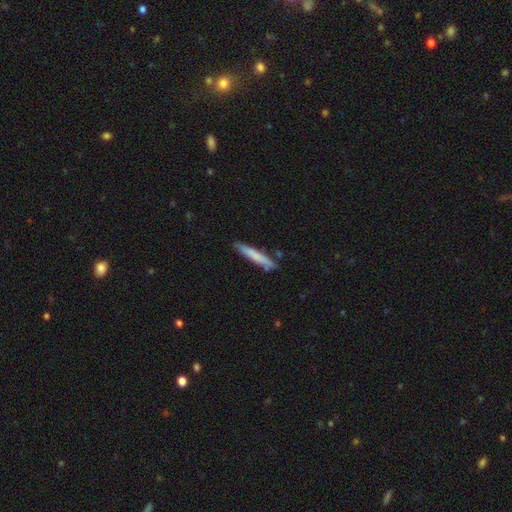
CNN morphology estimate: Overall: smooth (70%). How rounded: cigar-shaped (93%). Merging: none (80%).